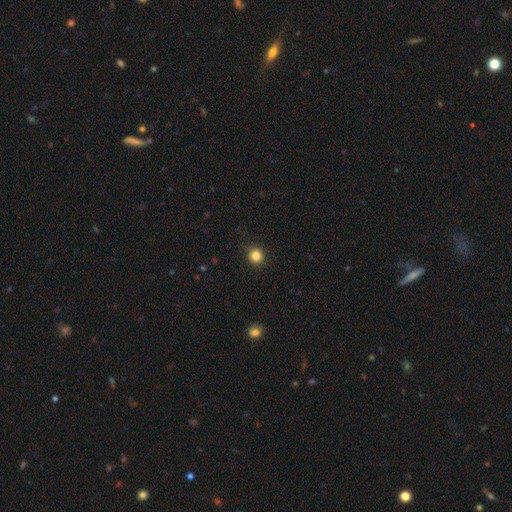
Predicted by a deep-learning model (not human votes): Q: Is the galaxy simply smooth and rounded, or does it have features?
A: smooth — 84%.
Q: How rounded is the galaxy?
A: round — 93%.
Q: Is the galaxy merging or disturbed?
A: none — 91%.